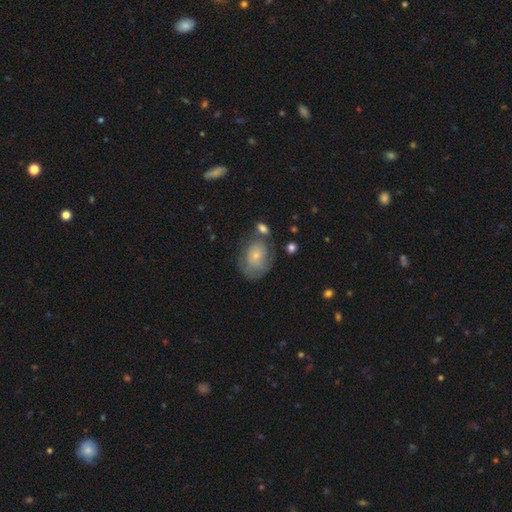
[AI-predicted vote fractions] Q: Smooth or featured?
A: smooth (54%); runner-up: featured or disk (37%)
Q: How rounded?
A: in between (65%); runner-up: round (34%)
Q: Merging?
A: none (52%); runner-up: minor disturbance (26%)